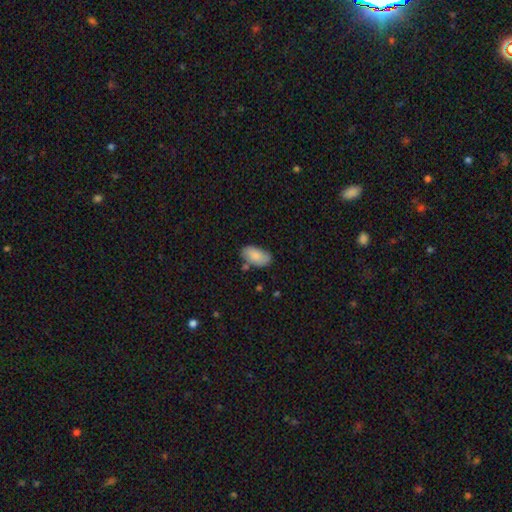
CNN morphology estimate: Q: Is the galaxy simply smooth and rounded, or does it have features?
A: smooth — 85%.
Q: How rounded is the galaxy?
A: in between — 95%.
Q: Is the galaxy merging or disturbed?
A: none — 70%.